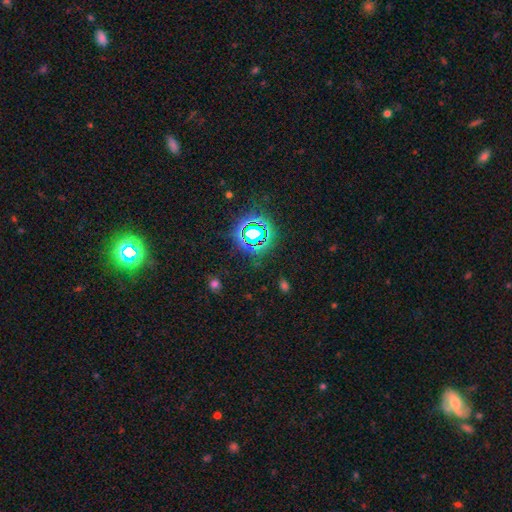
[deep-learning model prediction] Overall: star or artifact (77%).